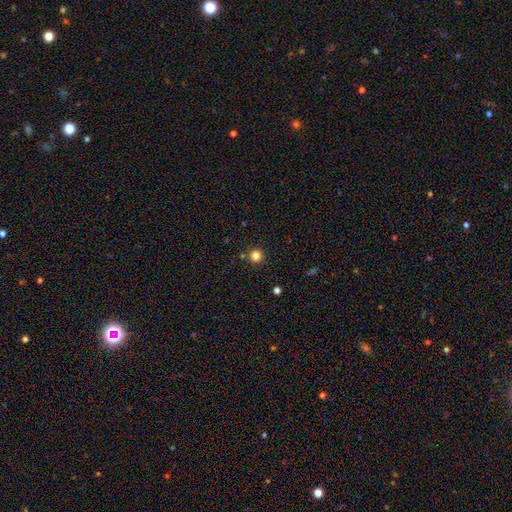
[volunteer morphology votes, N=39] Smooth or featured?
  - smooth: 90% *
  - featured or disk: 5%
  - star or artifact: 5%
How rounded?
  - round: 94% *
  - in between: 6%
  - cigar-shaped: 0%
Merging?
  - none: 81% *
  - minor disturbance: 11%
  - merger: 8%
  - major disturbance: 0%